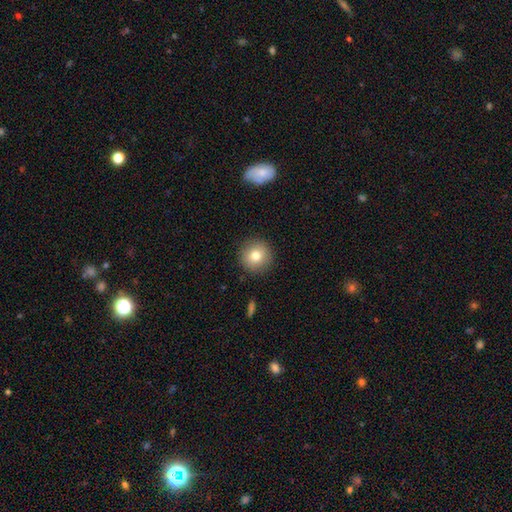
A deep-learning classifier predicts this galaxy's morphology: The model was most divided on "smooth or featured": smooth: 77%, featured or disk: 12%, star or artifact: 11%. More confident: how rounded — round (95%); merging — none (90%).